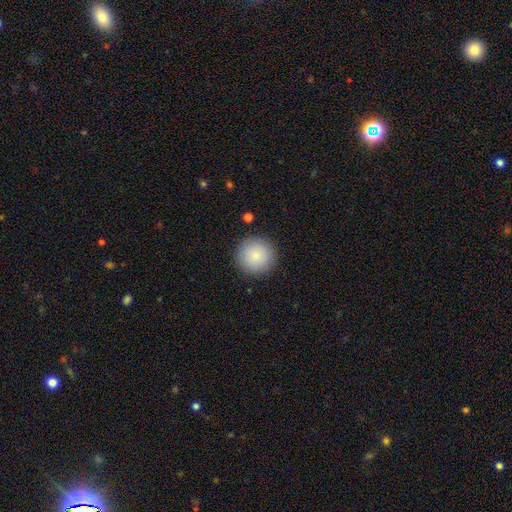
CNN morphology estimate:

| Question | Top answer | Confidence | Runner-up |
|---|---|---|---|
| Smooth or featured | smooth | 87% | star or artifact (7%) |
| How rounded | round | 95% | in between (4%) |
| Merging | none | 91% | minor disturbance (6%) |